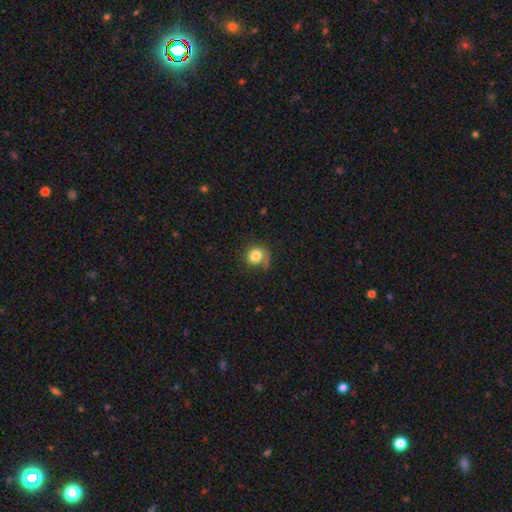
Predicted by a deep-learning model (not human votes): Smooth or featured? smooth (80%)
How rounded? round (81%)
Merging? none (63%)